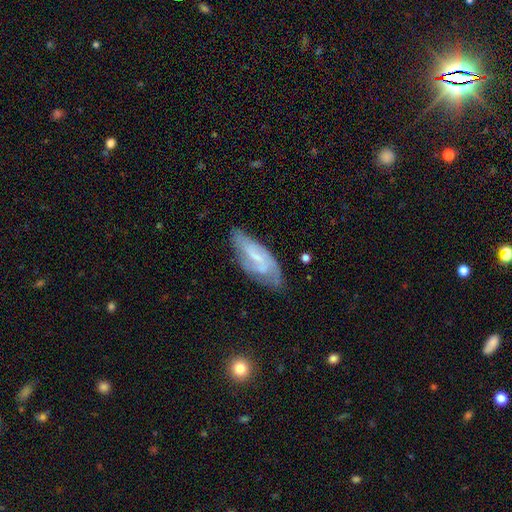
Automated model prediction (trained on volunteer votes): This appears to be a featured or disk galaxy (64%) with a weak bar (44%), spiral arms (83%) and a small central bulge (55%). Merging: none (59%).